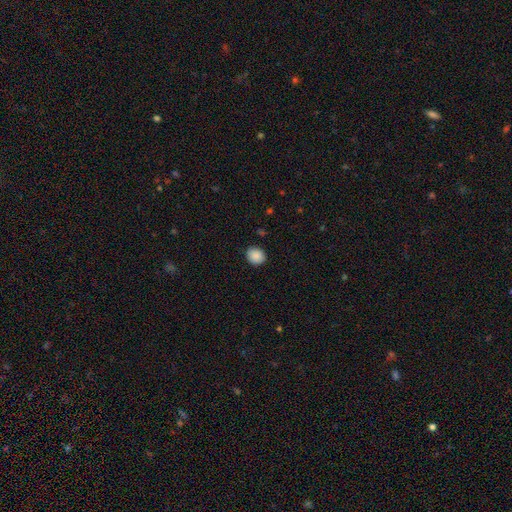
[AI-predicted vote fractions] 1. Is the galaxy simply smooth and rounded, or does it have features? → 88% smooth, 8% star or artifact, 3% featured or disk.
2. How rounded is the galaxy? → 71% round, 28% in between, 1% cigar-shaped.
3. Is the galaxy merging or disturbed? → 88% none, 9% minor disturbance, 2% major disturbance, 1% merger.